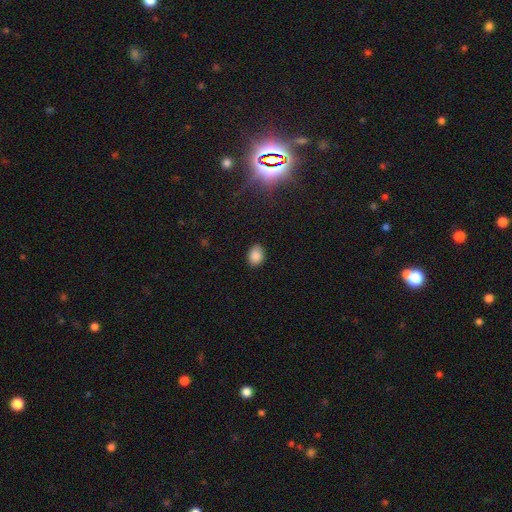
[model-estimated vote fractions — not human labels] Smooth or featured?
  - smooth: 87% *
  - star or artifact: 10%
  - featured or disk: 4%
How rounded?
  - in between: 72% *
  - round: 27%
  - cigar-shaped: 1%
Merging?
  - none: 86% *
  - minor disturbance: 11%
  - major disturbance: 2%
  - merger: 1%